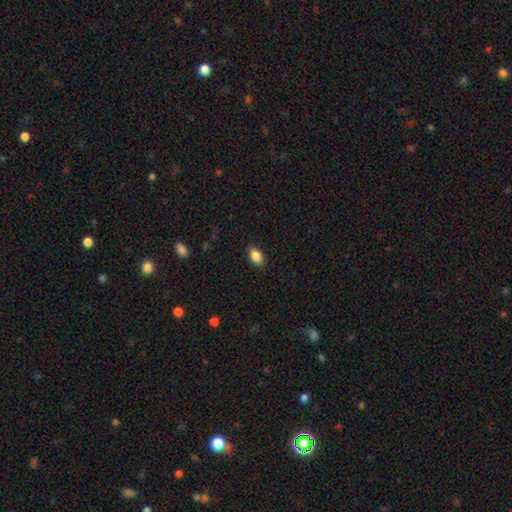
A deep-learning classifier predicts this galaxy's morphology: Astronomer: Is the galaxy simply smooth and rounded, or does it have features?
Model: smooth — 87%.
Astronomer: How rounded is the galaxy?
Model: in between — 84%.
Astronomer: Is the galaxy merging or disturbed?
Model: none — 85%.